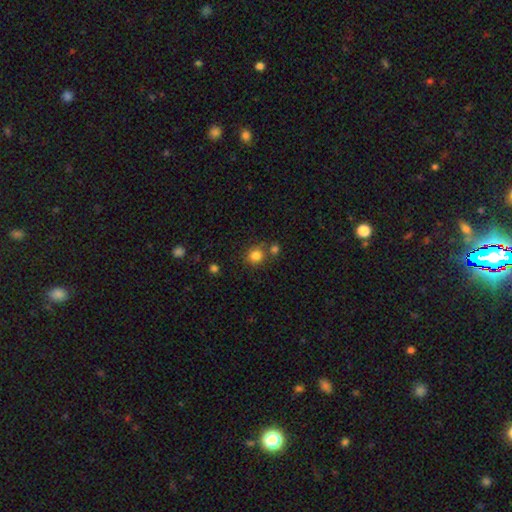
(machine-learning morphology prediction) This appears to be a smooth galaxy with no disk features (82%) that is round (84%). Merging: none (64%).